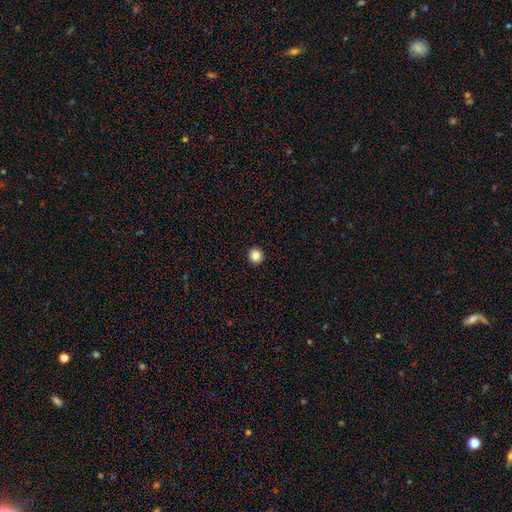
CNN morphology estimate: The model was most divided on "smooth or featured": smooth: 84%, star or artifact: 10%, featured or disk: 6%. More confident: how rounded — round (95%); merging — none (94%).